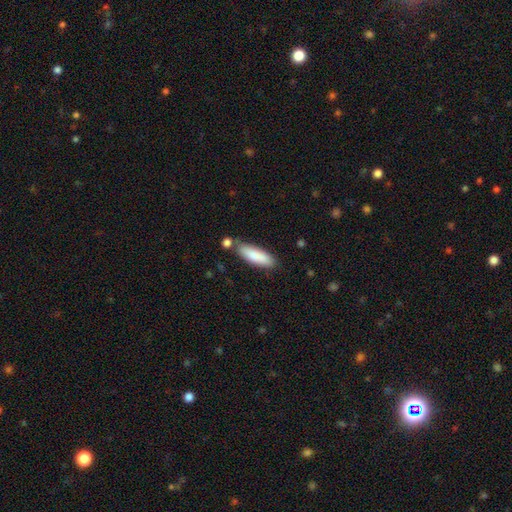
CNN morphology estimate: The model was most divided on "how rounded": cigar-shaped: 51%, in between: 48%, round: 2%. More confident: smooth or featured — smooth (84%); merging — none (69%).